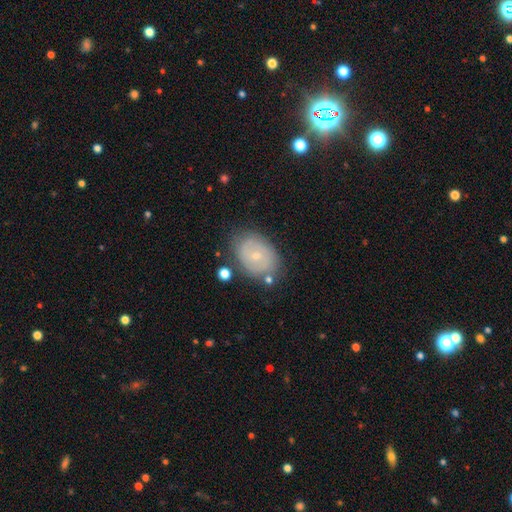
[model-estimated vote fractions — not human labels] The model was most divided on "smooth or featured": featured or disk: 55%, smooth: 36%, star or artifact: 8%. More confident: edge-on disk — no (96%); merging — none (75%); bulge size — small (73%); bar — no (73%); spiral arms — yes (68%).